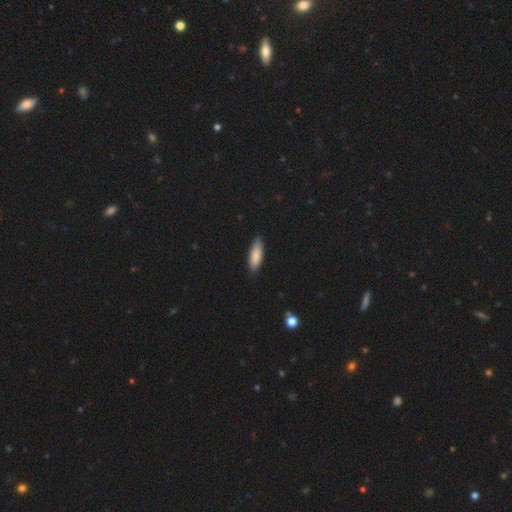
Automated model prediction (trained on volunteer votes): This is clearly a smooth galaxy (85%). How rounded: likely in between (61%). Merging: clearly none (85%).